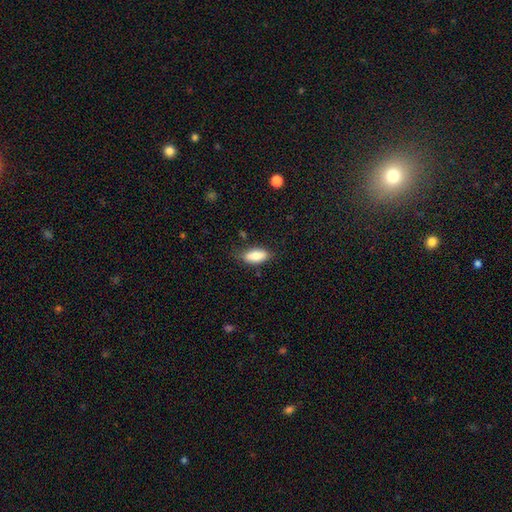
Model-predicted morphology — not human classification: Q: Smooth or featured?
A: smooth (82%); runner-up: featured or disk (12%)
Q: How rounded?
A: in between (86%); runner-up: cigar-shaped (12%)
Q: Merging?
A: none (74%); runner-up: minor disturbance (20%)